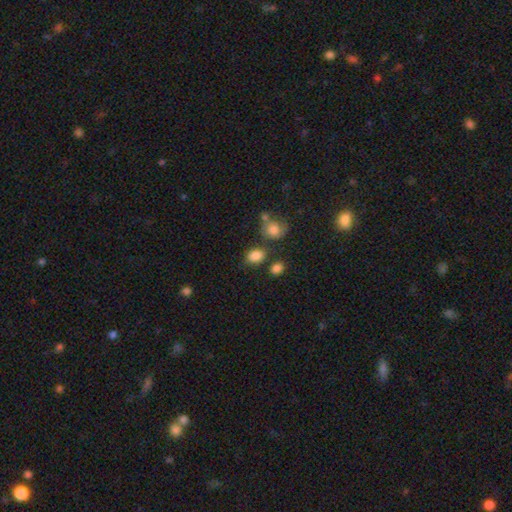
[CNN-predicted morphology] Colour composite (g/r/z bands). It shows a smooth galaxy with no disk features (84%) that is in between round and cigar-shaped (63%). Merging: none (69%).